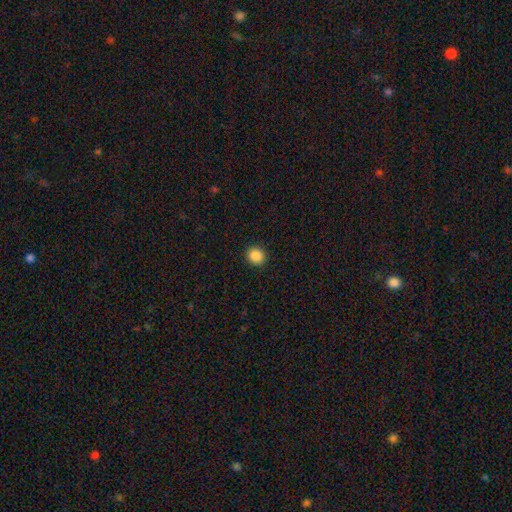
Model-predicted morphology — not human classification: A smooth galaxy with no disk features (87%) that is round (82%).

Vote fractions:
- Smooth or featured? smooth: 87% / star or artifact: 9% / featured or disk: 3%
- How rounded? round: 82% / in between: 18% / cigar-shaped: 1%
- Merging? none: 92% / minor disturbance: 5% / major disturbance: 2% / merger: 1%